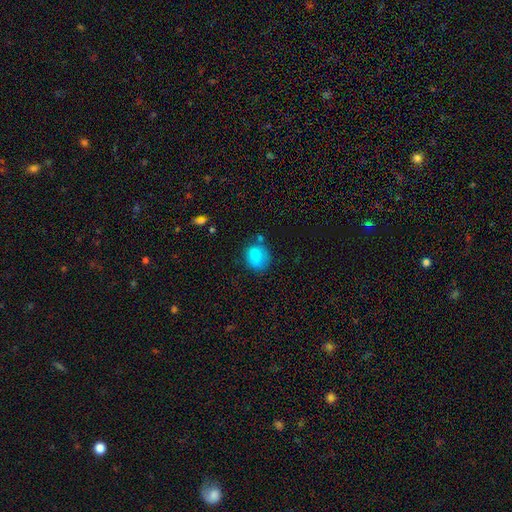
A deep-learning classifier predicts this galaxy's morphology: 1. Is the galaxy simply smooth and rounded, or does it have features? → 82% smooth, 10% star or artifact, 8% featured or disk.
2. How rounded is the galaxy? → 54% round, 45% in between, 1% cigar-shaped.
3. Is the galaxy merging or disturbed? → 57% none, 25% minor disturbance, 9% major disturbance, 9% merger.